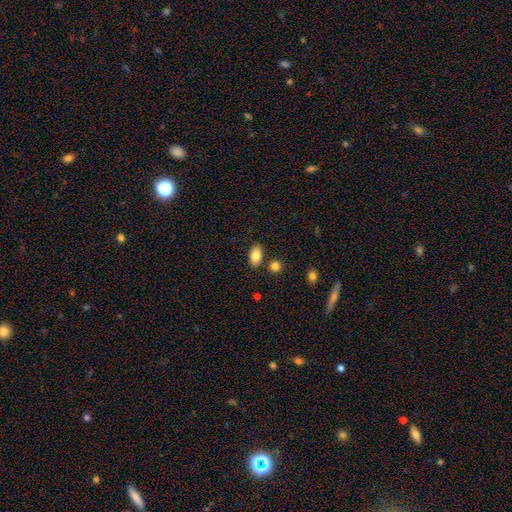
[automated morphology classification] Overall: smooth (83%). How rounded: in between (91%). Merging: none (82%).